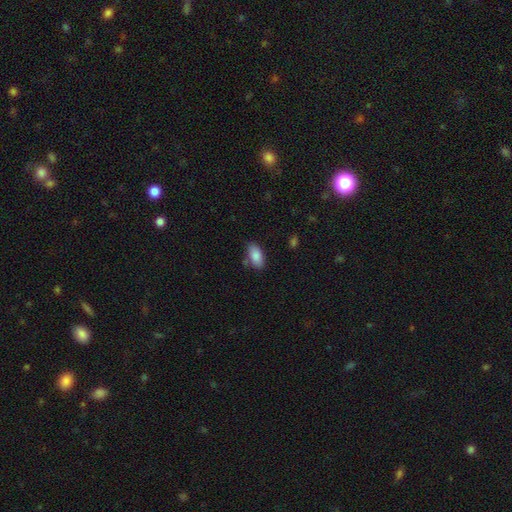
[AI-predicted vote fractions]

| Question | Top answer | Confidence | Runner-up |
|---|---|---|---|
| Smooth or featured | smooth | 87% | star or artifact (7%) |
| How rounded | in between | 93% | cigar-shaped (4%) |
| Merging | none | 74% | minor disturbance (16%) |